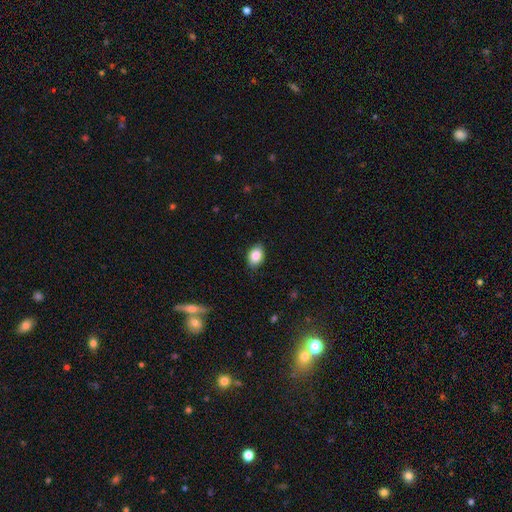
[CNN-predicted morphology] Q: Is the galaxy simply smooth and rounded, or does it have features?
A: smooth — 85%.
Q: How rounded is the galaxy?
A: in between — 84%.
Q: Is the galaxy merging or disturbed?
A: none — 85%.